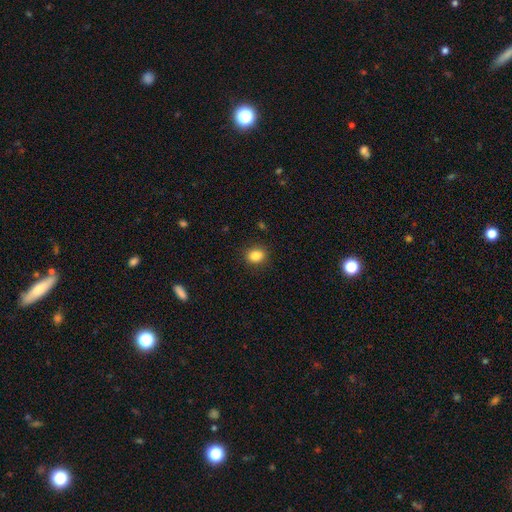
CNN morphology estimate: Q: Smooth or featured?
A: smooth (85%); runner-up: star or artifact (10%)
Q: How rounded?
A: in between (53%); runner-up: round (46%)
Q: Merging?
A: none (88%); runner-up: minor disturbance (8%)